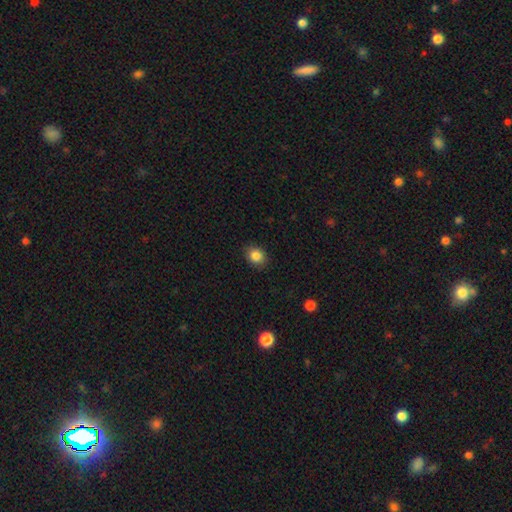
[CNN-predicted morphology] Smooth or featured: smooth — 86% (star or artifact — 10%)
How rounded: round — 54% (in between — 45%)
Merging: none — 87% (minor disturbance — 10%)